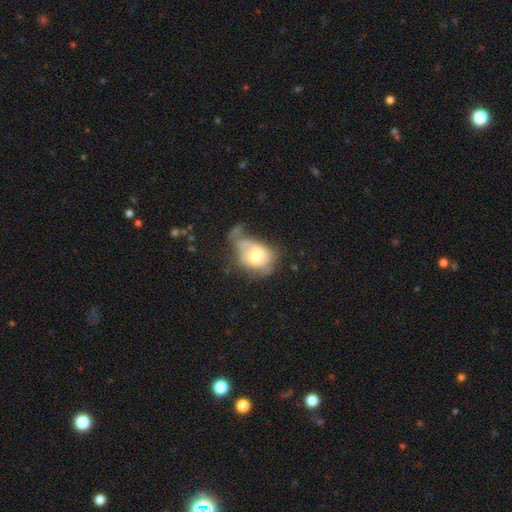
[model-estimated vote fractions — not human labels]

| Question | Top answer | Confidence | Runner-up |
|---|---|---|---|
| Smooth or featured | smooth | 61% | featured or disk (31%) |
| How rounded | in between | 63% | round (36%) |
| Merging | major disturbance | 34% | merger (24%) |